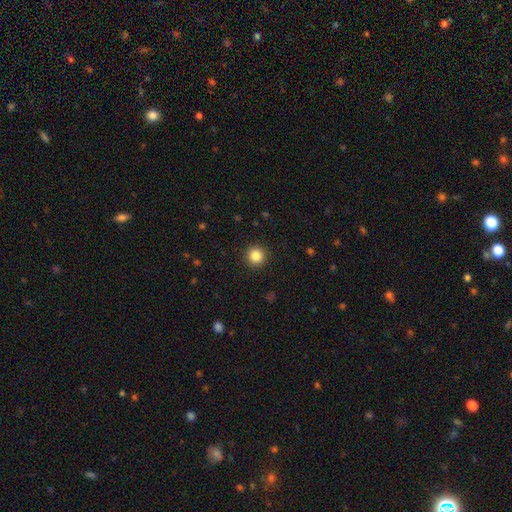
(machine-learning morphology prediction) The model was most divided on "smooth or featured": smooth: 85%, star or artifact: 11%, featured or disk: 4%. More confident: how rounded — round (95%); merging — none (92%).